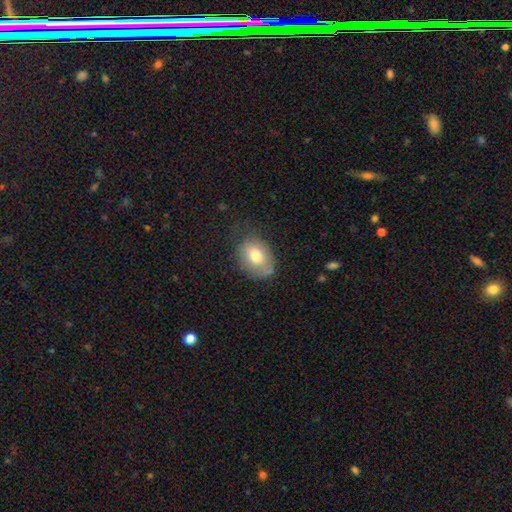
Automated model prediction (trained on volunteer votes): smooth 74%, featured or disk 17%, star or artifact 8%. Down the decision tree: how rounded — in between (65%); merging — none (60%).